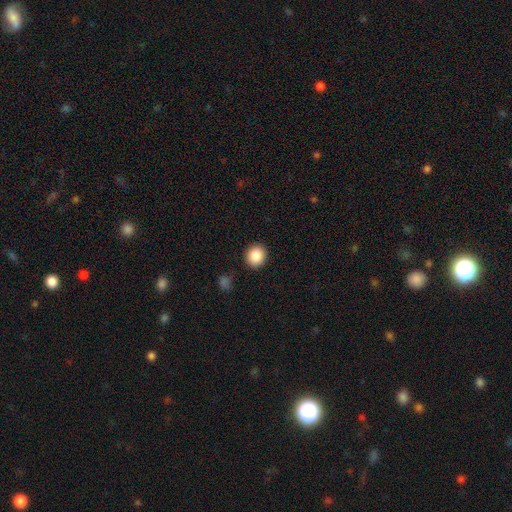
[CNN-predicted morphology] A smooth galaxy with no disk features (87%) that is round (82%). Merging: none (90%).